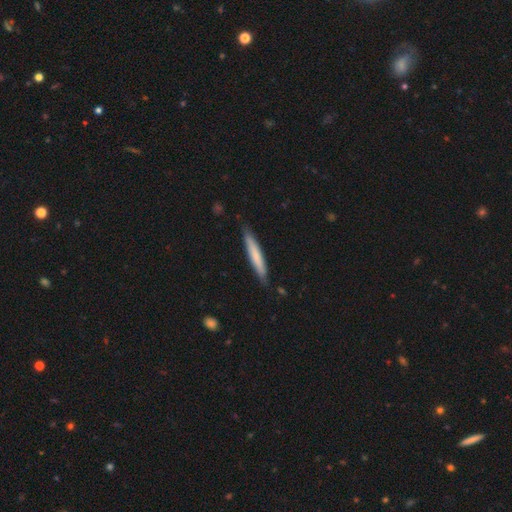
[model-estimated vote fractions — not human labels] Smooth or featured? Predicted: smooth (p=0.69). How rounded? Predicted: cigar-shaped (p=0.94). Merging? Predicted: none (p=0.84).